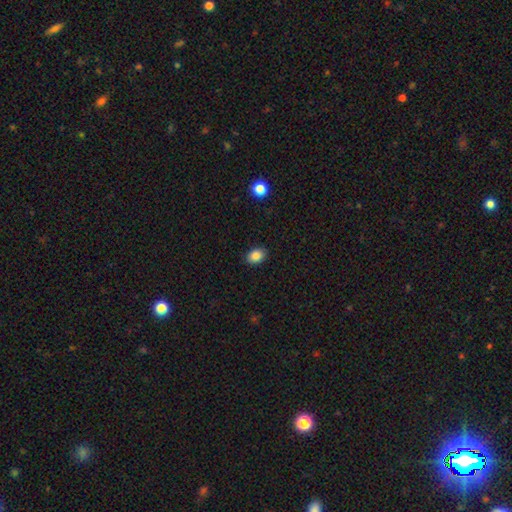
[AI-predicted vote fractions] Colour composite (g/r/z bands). It shows a smooth galaxy with no disk features (87%) that is in between round and cigar-shaped (72%). Merging: none (89%).